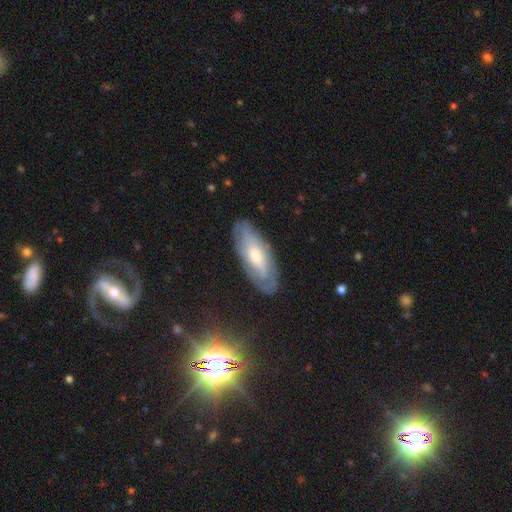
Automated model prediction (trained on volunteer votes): Overall: featured or disk (61%; smooth 32%). Edge-on disk: no (79%). Merging: none (80%).